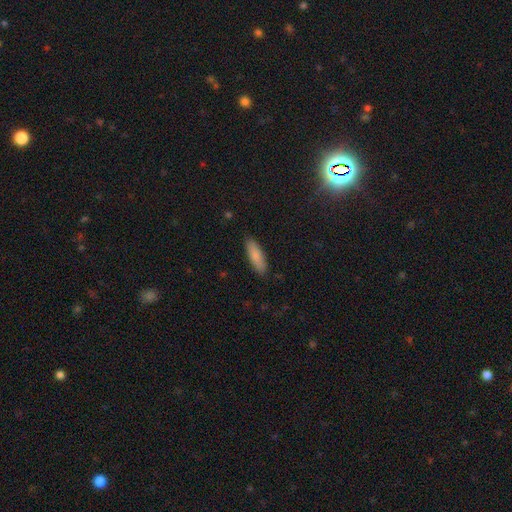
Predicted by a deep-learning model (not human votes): Smooth or featured? Predicted: smooth (p=0.83). How rounded? Predicted: in between (p=0.54). Merging? Predicted: none (p=0.88).